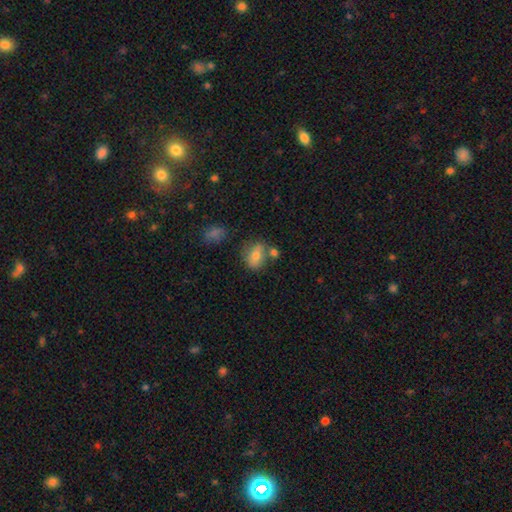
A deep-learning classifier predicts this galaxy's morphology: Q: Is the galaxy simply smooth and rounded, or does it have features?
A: smooth — 71%.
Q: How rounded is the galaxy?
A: in between — 61%.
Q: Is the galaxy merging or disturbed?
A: none — 54%.